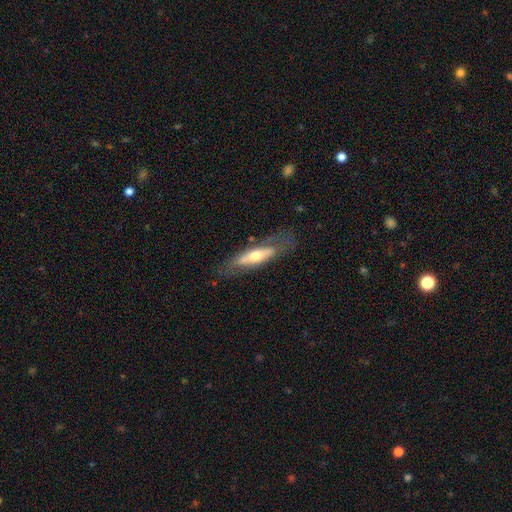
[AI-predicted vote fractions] Q: Smooth or featured?
A: featured or disk (51%); runner-up: smooth (43%)
Q: Edge-on disk?
A: yes (52%); runner-up: no (48%)
Q: Merging?
A: none (71%); runner-up: minor disturbance (18%)